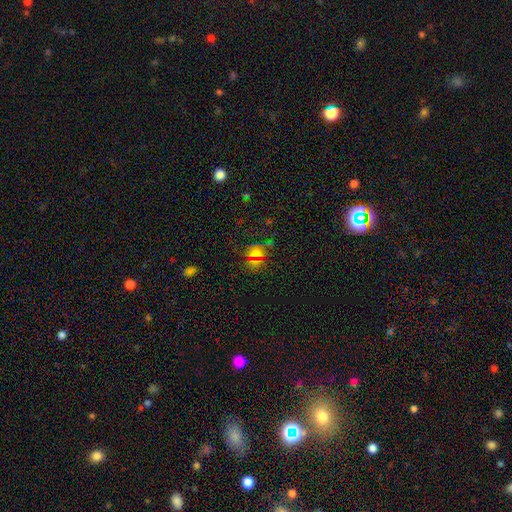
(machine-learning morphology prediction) Smooth or featured?
  - star or artifact: 47% *
  - smooth: 44%
  - featured or disk: 9%